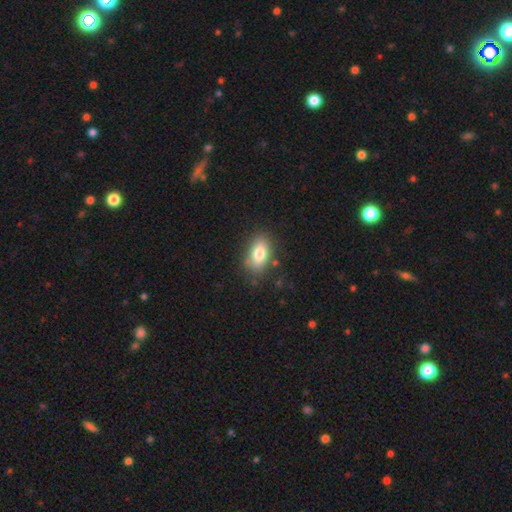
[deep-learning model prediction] smooth_or_featured: smooth (p=0.79) [alt: featured or disk p=0.13]
how_rounded: in between (p=0.87) [alt: round p=0.09]
merging: none (p=0.82) [alt: minor disturbance p=0.13]